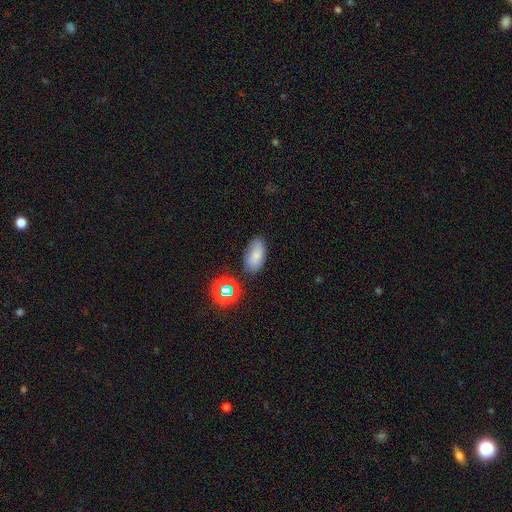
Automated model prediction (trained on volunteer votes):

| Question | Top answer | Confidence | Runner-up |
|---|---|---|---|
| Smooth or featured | smooth | 73% | star or artifact (15%) |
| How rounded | in between | 91% | round (6%) |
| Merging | none | 73% | minor disturbance (18%) |